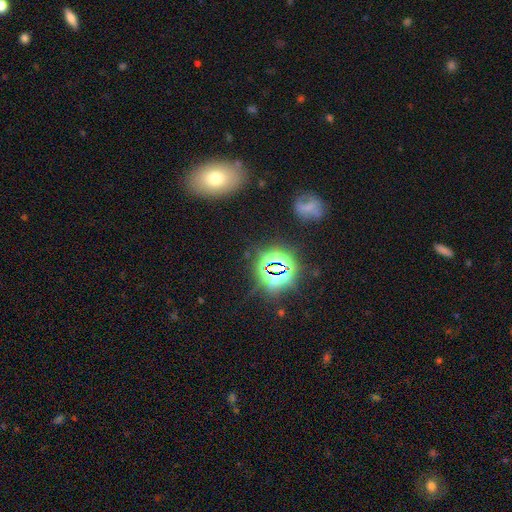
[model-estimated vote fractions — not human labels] The model was most divided on "smooth or featured": star or artifact: 63%, smooth: 23%, featured or disk: 14%.